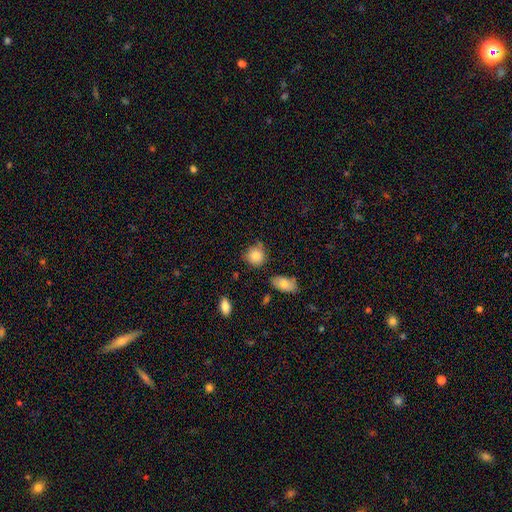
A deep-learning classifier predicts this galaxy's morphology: Smooth or featured? smooth (82%)
How rounded? round (79%)
Merging? none (67%)